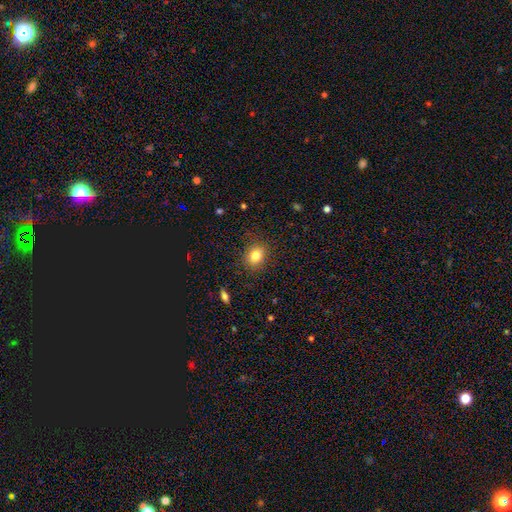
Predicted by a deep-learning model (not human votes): This appears to be a smooth galaxy with no disk features (82%) that is round (54%). Merging: none (86%).